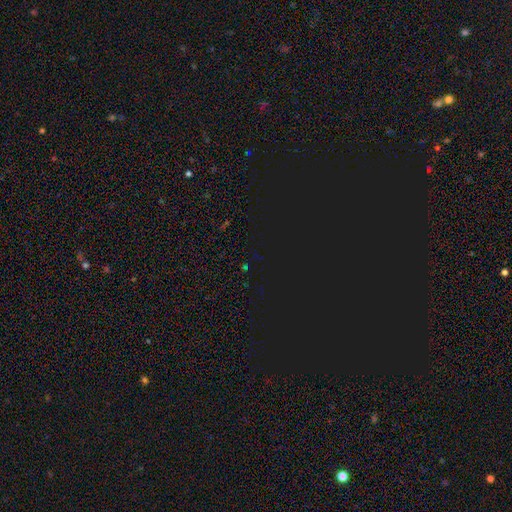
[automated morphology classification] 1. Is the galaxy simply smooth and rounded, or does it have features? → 75% star or artifact, 18% smooth, 6% featured or disk.